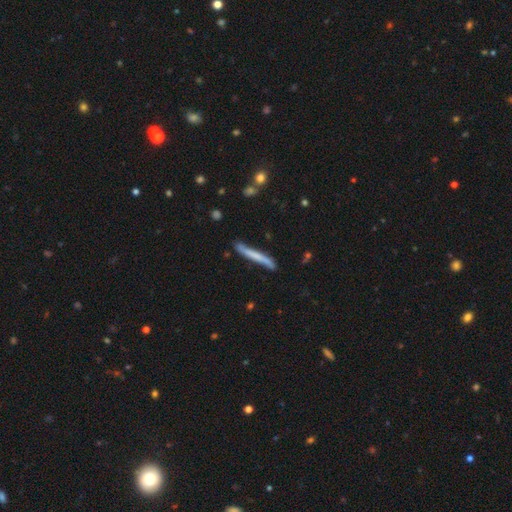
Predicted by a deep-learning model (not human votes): This appears to be a smooth galaxy with no disk features (58%) that is cigar-shaped (96%). Merging: none (78%).